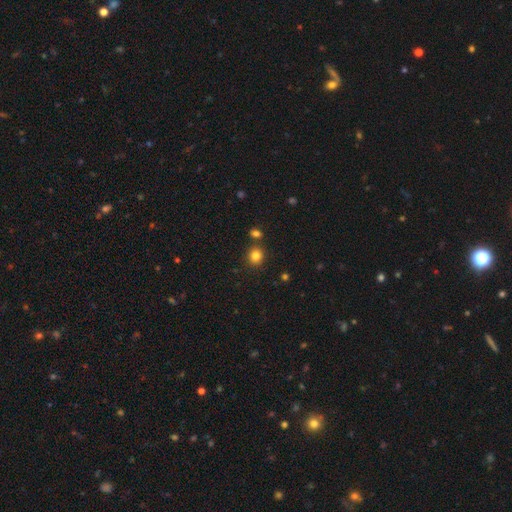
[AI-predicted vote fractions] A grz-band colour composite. It shows a smooth galaxy with no disk features (82%) that is round (81%). Merging: none (80%).